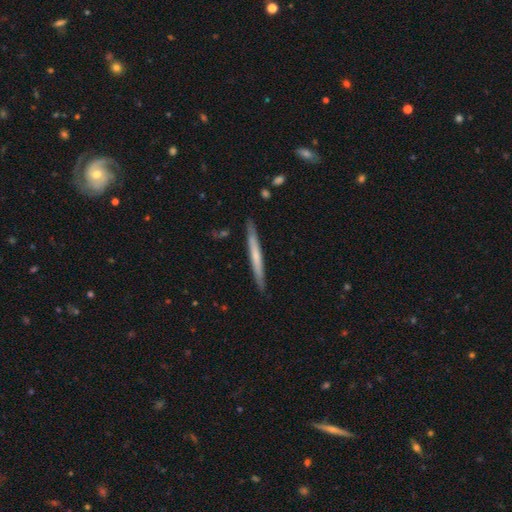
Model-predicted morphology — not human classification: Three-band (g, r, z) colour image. It shows a smooth galaxy with no disk features (50%) that is cigar-shaped (97%). Merging: none (90%).